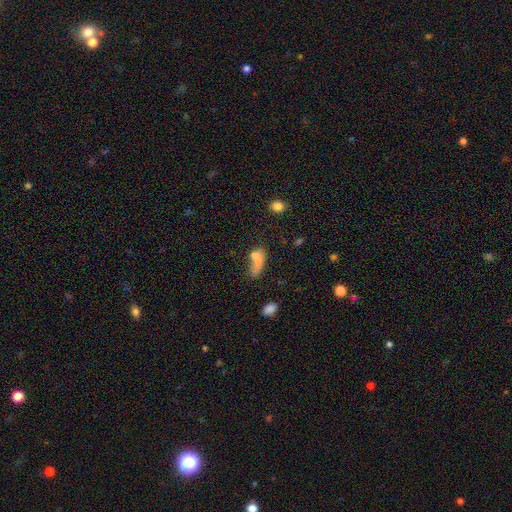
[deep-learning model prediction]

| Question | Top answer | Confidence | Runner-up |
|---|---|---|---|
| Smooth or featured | smooth | 61% | featured or disk (22%) |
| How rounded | in between | 61% | cigar-shaped (28%) |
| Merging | none | 31% | merger (27%) |